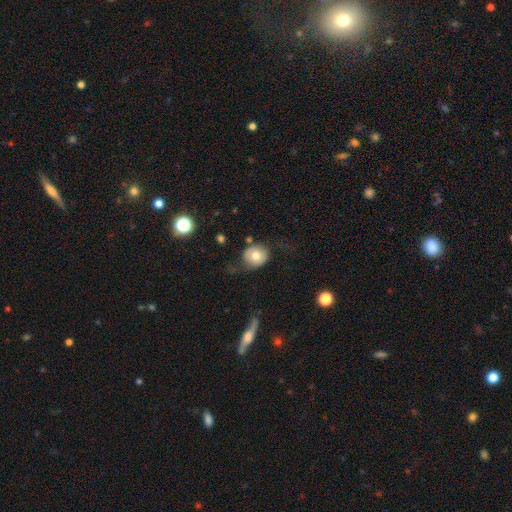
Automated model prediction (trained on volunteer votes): This is likely a smooth galaxy (64%). How rounded: likely round (75%). Merging: possibly none (57%).